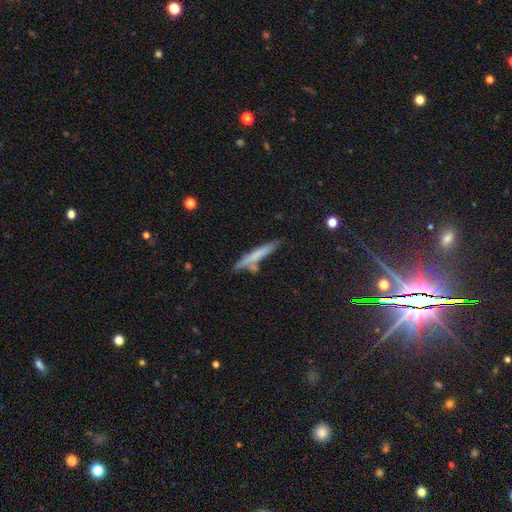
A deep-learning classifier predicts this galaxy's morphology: smooth 60%, featured or disk 33%, star or artifact 7%. Down the decision tree: how rounded — cigar-shaped (94%); merging — none (72%).